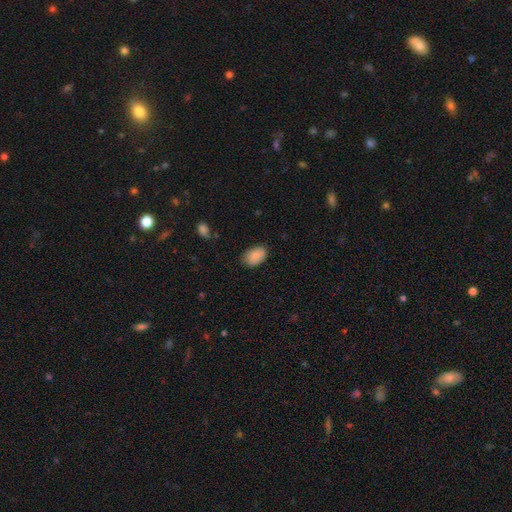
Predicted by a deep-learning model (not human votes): Smooth or featured? Predicted: smooth (p=0.87). How rounded? Predicted: in between (p=0.88). Merging? Predicted: none (p=0.78).